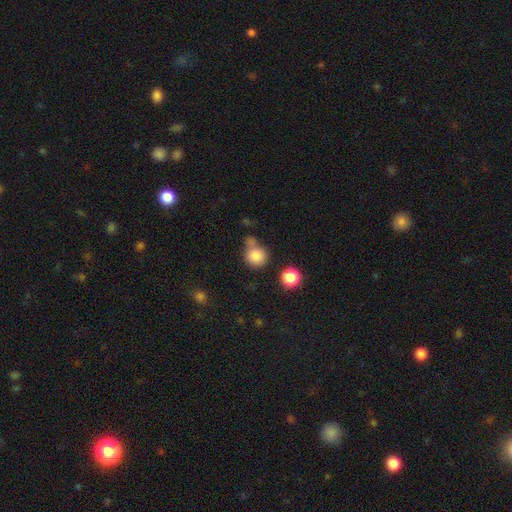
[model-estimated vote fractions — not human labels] Smooth or featured: smooth — 82% (star or artifact — 11%)
How rounded: round — 87% (in between — 12%)
Merging: none — 55% (merger — 23%)